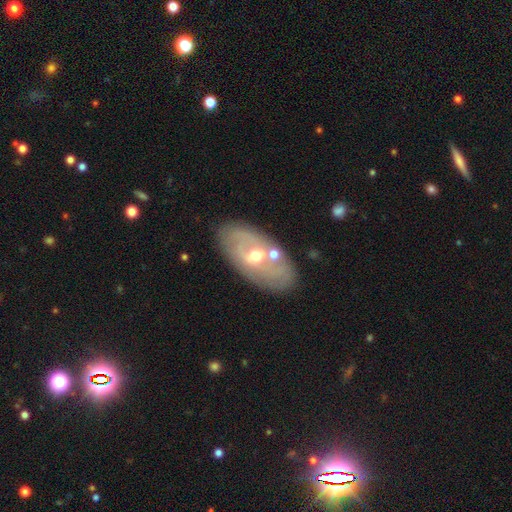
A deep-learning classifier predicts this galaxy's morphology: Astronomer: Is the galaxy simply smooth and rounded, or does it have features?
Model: featured or disk — 61%.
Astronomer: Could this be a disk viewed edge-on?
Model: no — 89%.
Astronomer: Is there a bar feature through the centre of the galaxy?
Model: no — 50% (runner-up: weak, 36%).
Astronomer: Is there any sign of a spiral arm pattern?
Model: no — 64%.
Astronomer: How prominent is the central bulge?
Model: moderate — 69%.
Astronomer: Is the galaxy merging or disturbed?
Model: none — 72%.